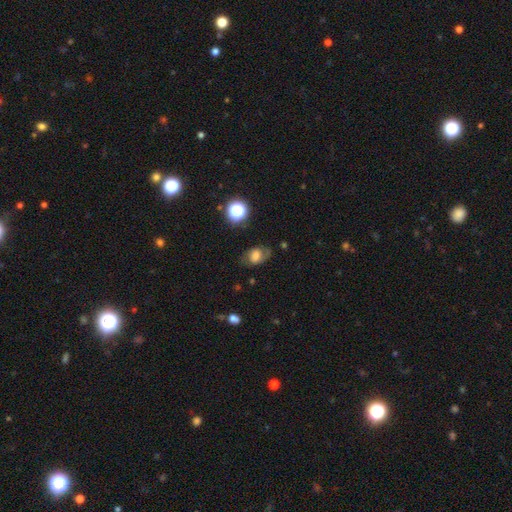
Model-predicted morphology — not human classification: smooth_or_featured: smooth (p=0.45) [alt: featured or disk p=0.42]
merging: none (p=0.65) [alt: minor disturbance p=0.21]